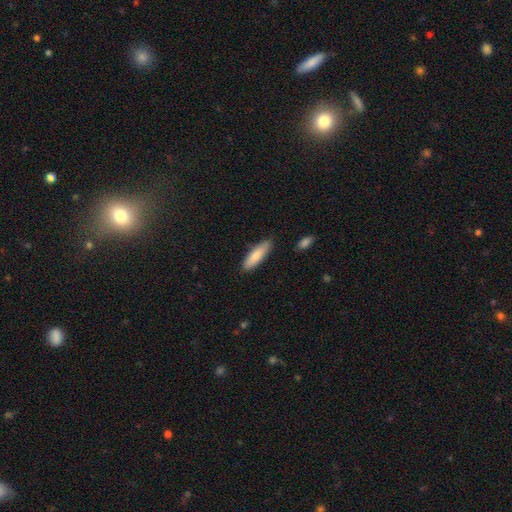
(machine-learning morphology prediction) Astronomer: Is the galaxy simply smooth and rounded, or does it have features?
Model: smooth — 82%.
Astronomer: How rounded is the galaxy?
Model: cigar-shaped — 56% (runner-up: in between, 43%).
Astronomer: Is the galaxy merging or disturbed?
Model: none — 84%.